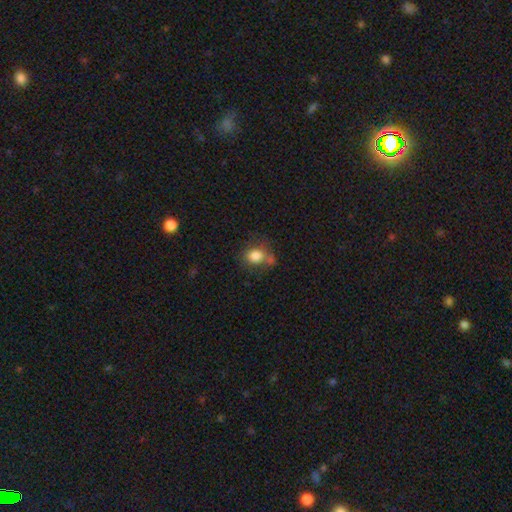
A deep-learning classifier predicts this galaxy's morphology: Smooth or featured: smooth — 80% (star or artifact — 10%)
How rounded: in between — 51% (round — 48%)
Merging: none — 51% (minor disturbance — 24%)